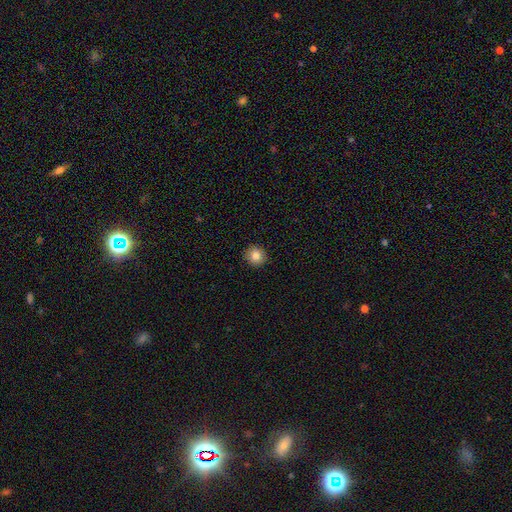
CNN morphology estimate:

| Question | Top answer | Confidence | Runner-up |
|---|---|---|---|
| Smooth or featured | smooth | 83% | star or artifact (10%) |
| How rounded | round | 90% | in between (9%) |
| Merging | none | 92% | minor disturbance (6%) |